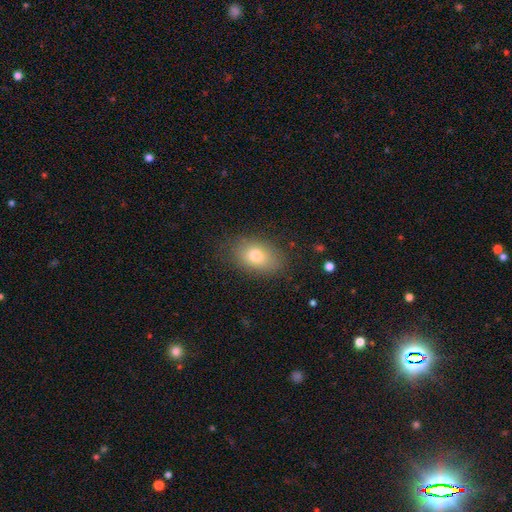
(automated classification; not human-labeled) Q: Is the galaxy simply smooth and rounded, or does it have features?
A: smooth — 77%.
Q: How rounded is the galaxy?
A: in between — 84%.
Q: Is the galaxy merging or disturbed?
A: none — 82%.